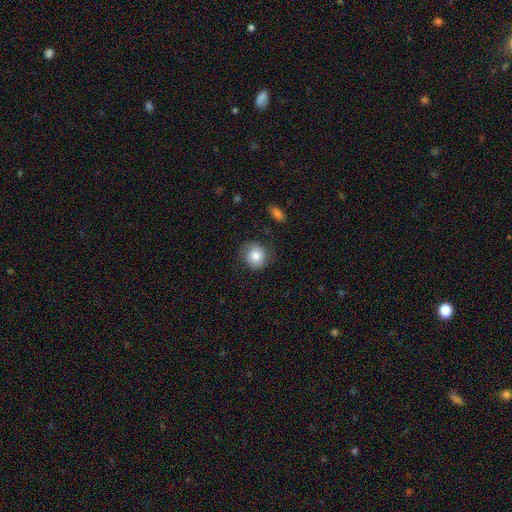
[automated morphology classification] Smooth or featured? smooth (77%)
How rounded? round (84%)
Merging? none (76%)